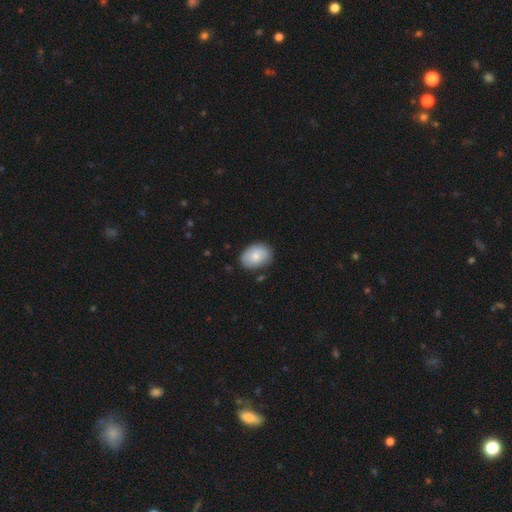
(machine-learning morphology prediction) smooth_or_featured: smooth (p=0.73) [alt: featured or disk p=0.21]
how_rounded: in between (p=0.71) [alt: round p=0.28]
merging: none (p=0.78) [alt: minor disturbance p=0.16]